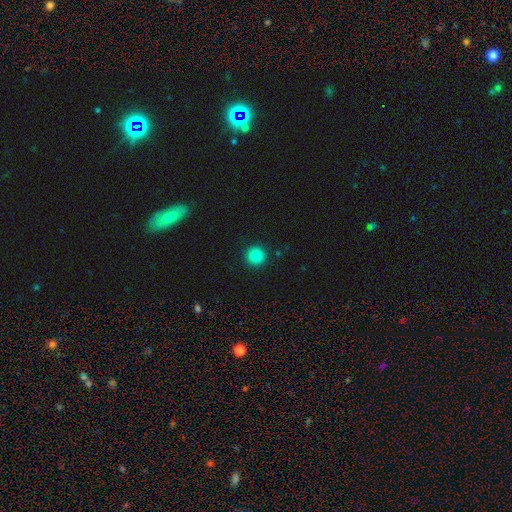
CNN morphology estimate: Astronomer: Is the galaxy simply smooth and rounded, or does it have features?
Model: smooth — 84%.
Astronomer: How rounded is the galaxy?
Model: round — 95%.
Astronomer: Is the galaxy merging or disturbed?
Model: none — 92%.